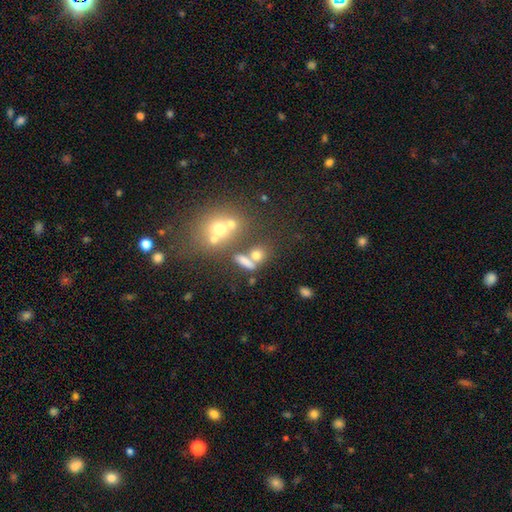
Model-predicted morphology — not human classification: Overall: smooth (58%; star or artifact 24%). How rounded: round (52%; in between 42%). Merging: none (49%; merger 32%).